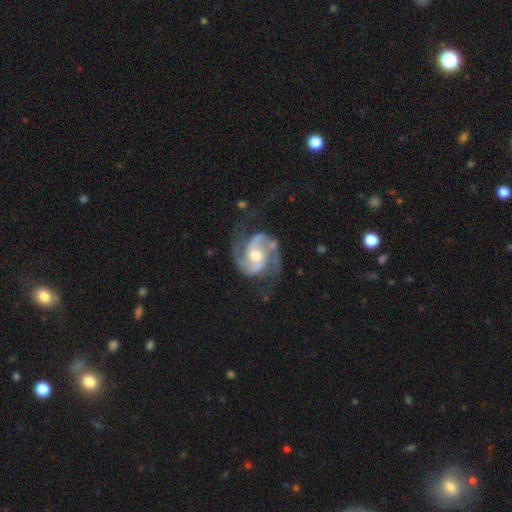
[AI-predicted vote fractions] Smooth or featured? Predicted: featured or disk (p=0.92). Edge-on disk? Predicted: no (p=0.98). Bar? Predicted: no (p=0.42). Spiral arms? Predicted: yes (p=0.98). Spiral winding? Predicted: medium (p=0.61). Spiral arm count? Predicted: 2 (p=0.90). Bulge size? Predicted: moderate (p=0.65). Merging? Predicted: none (p=0.69).